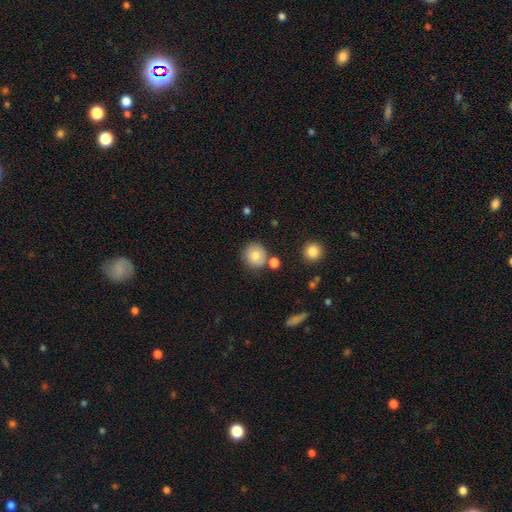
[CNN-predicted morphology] smooth_or_featured: smooth (p=0.79) [alt: featured or disk p=0.11]
how_rounded: round (p=0.91) [alt: in between p=0.08]
merging: none (p=0.77) [alt: merger p=0.10]